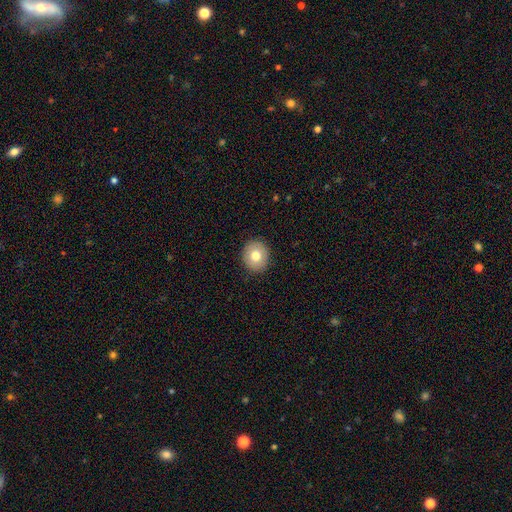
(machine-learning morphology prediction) Smooth or featured? Predicted: smooth (p=0.76). How rounded? Predicted: round (p=0.81). Merging? Predicted: none (p=0.91).